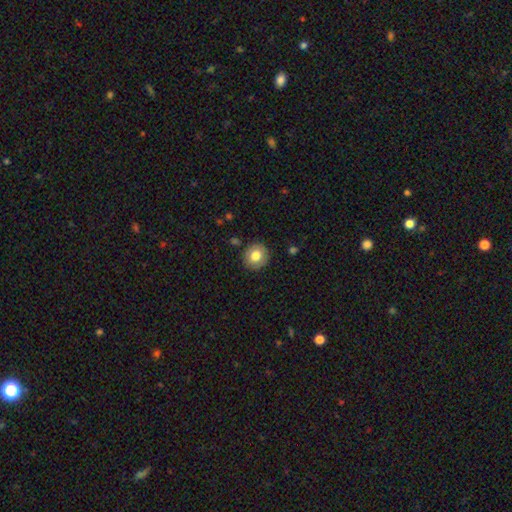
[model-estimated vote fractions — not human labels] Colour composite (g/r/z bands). It shows a smooth galaxy with no disk features (78%) that is round (86%). Merging: none (89%).